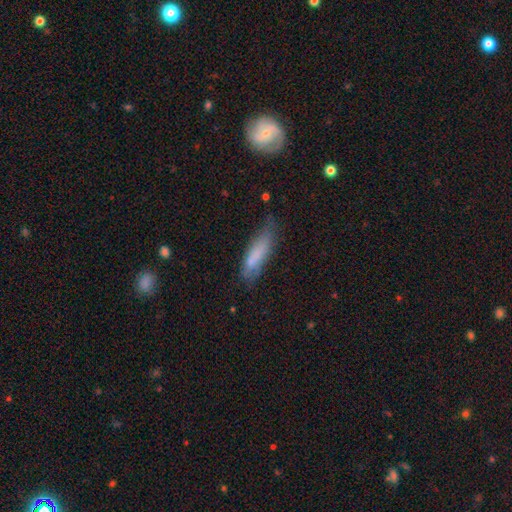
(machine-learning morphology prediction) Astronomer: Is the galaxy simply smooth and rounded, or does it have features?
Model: smooth — 76%.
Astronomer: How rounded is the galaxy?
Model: cigar-shaped — 61% (runner-up: in between, 37%).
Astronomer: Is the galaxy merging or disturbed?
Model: none — 56%.